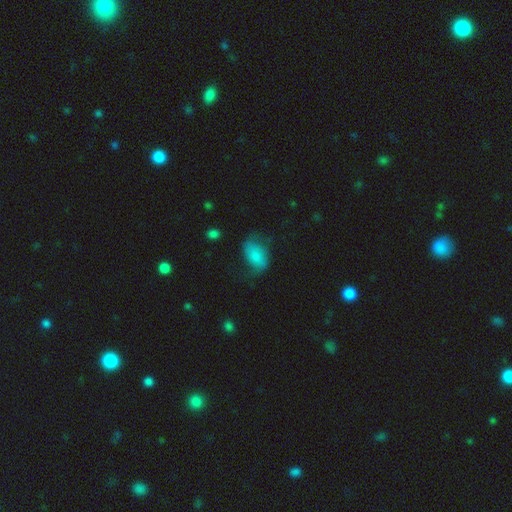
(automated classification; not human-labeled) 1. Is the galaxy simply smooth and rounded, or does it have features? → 62% smooth, 30% featured or disk, 9% star or artifact.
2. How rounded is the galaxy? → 86% in between, 12% round, 2% cigar-shaped.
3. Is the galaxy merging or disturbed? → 50% none, 28% minor disturbance, 20% major disturbance, 2% merger.